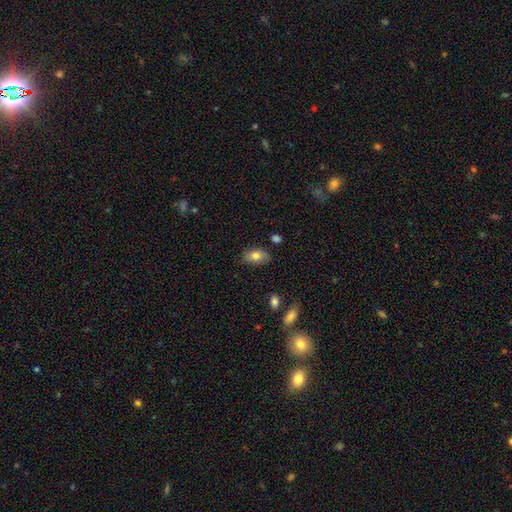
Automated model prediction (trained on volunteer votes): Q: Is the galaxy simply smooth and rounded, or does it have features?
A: smooth — 78%.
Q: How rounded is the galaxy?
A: in between — 91%.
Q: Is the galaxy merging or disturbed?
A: none — 78%.